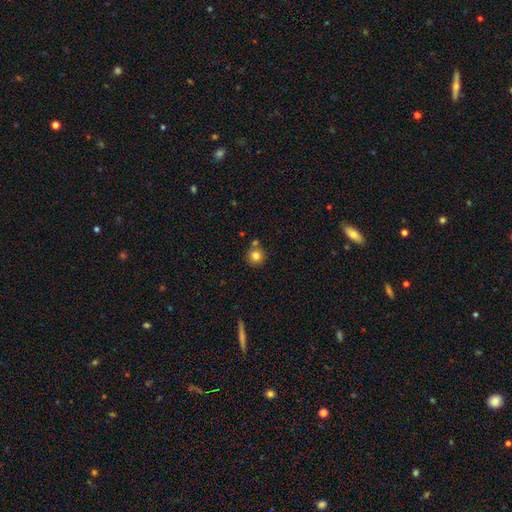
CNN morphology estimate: A smooth galaxy with no disk features (81%) that is round (92%). Merging: none (71%).